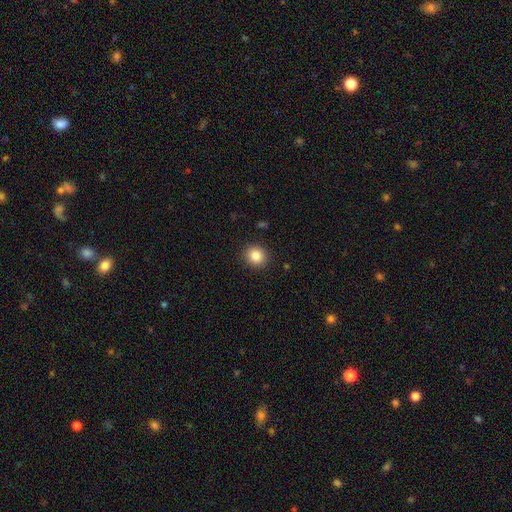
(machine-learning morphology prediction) A smooth galaxy with no disk features (84%) that is round (87%). Merging: none (91%).